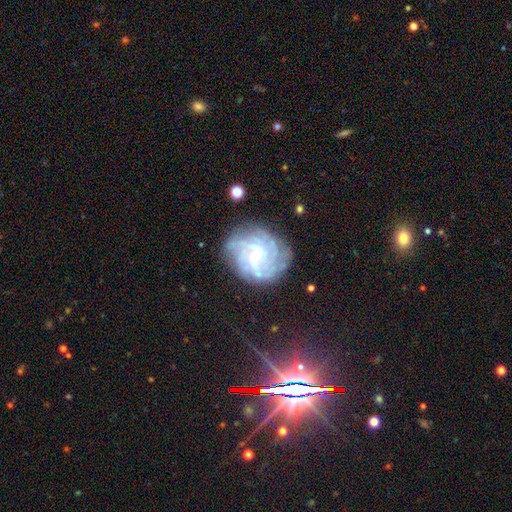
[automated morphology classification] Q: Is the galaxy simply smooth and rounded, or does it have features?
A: featured or disk — 78%.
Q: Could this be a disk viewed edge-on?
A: no — 98%.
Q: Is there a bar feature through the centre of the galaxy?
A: weak — 56%.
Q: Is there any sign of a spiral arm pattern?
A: yes — 92%.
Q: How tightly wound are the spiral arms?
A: tight — 60%.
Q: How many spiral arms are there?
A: can't tell — 41%.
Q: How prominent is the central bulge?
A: small — 66%.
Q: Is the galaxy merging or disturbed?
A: none — 73%.